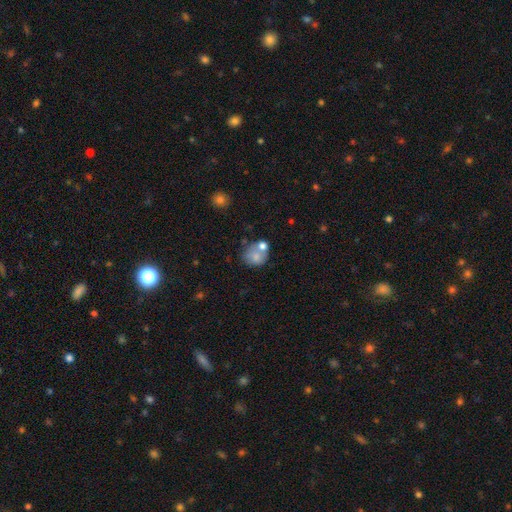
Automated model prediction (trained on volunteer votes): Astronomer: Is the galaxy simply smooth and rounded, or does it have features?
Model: smooth — 71%.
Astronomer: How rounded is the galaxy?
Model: round — 68%.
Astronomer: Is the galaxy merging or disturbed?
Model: none — 44% (runner-up: merger, 31%).